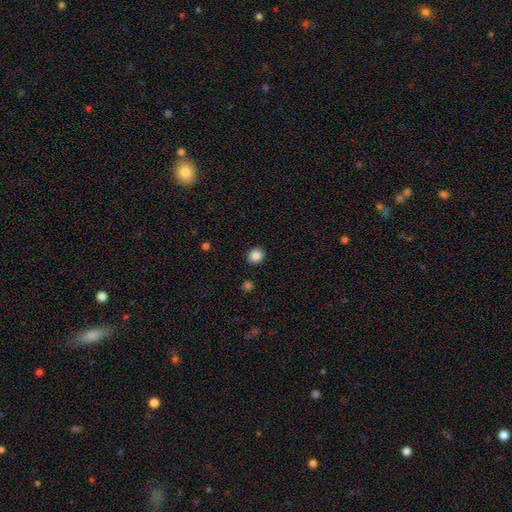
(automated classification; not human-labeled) This is clearly a smooth galaxy (85%). How rounded: clearly round (84%). Merging: clearly none (91%).